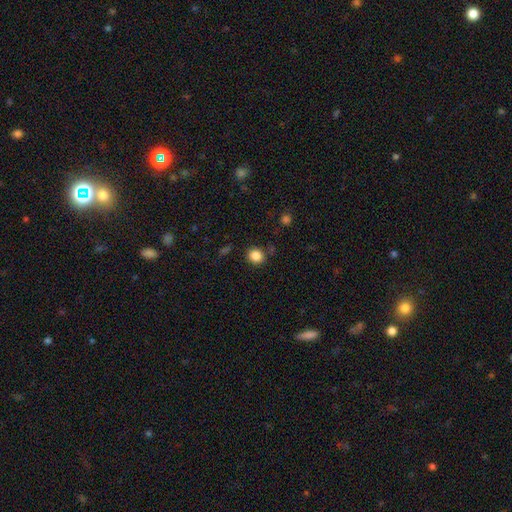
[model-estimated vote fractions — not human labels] Smooth or featured? Predicted: smooth (p=0.86). How rounded? Predicted: round (p=0.78). Merging? Predicted: none (p=0.84).